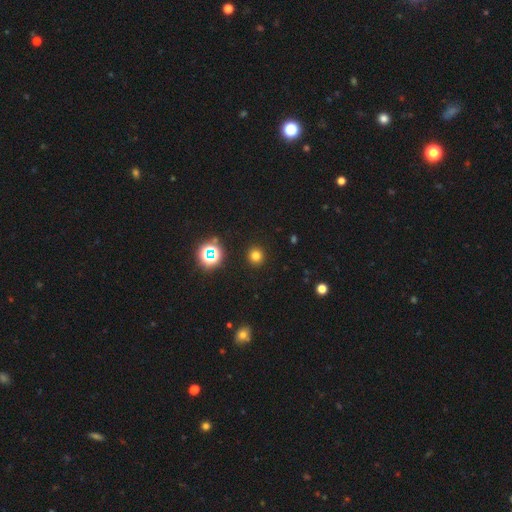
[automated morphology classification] A smooth galaxy with no disk features (75%) that is round (93%). Merging: none (92%).